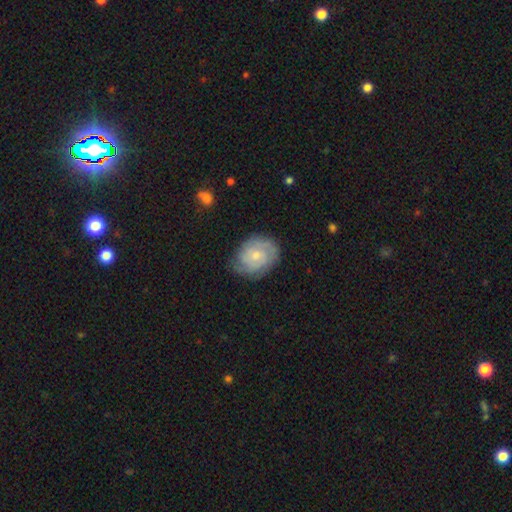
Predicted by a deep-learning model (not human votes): Smooth or featured? Predicted: featured or disk (p=0.61). Edge-on disk? Predicted: no (p=0.97). Bar? Predicted: no (p=0.76). Spiral arms? Predicted: yes (p=0.87). Spiral winding? Predicted: tight (p=0.62). Spiral arm count? Predicted: can't tell (p=0.38). Bulge size? Predicted: small (p=0.57). Merging? Predicted: none (p=0.71).